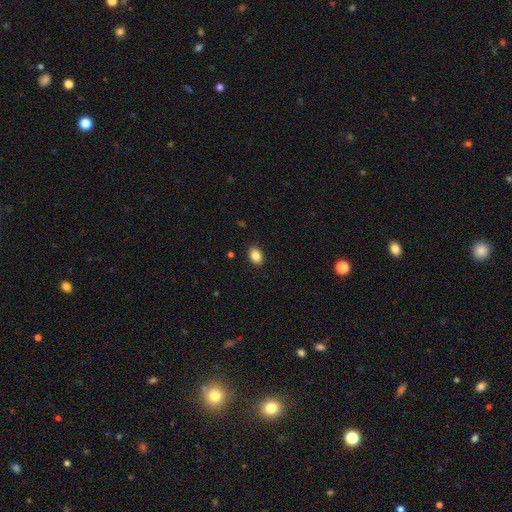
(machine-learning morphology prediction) Overall: smooth (86%). How rounded: in between (77%). Merging: none (89%).